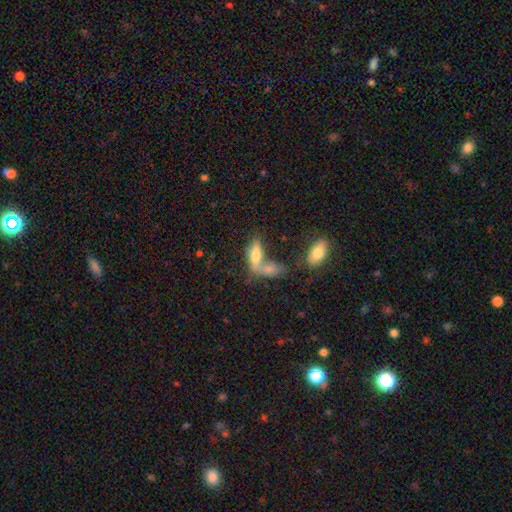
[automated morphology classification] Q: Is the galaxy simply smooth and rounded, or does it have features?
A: smooth — 64%.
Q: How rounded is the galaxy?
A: in between — 68%.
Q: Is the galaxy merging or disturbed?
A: merger — 58%.